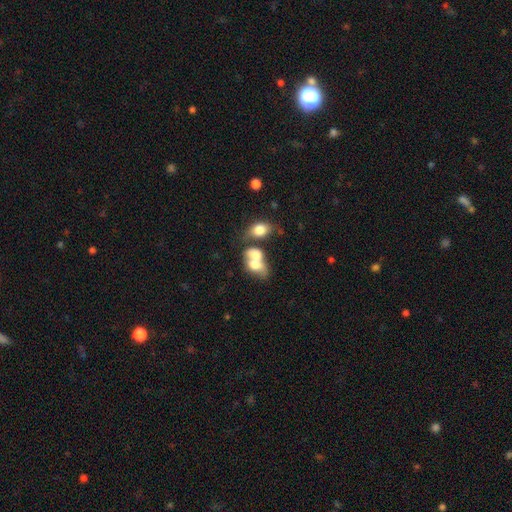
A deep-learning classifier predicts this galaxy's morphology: type=smooth (67%); roundness=in between (74%); merging=merger (70%).